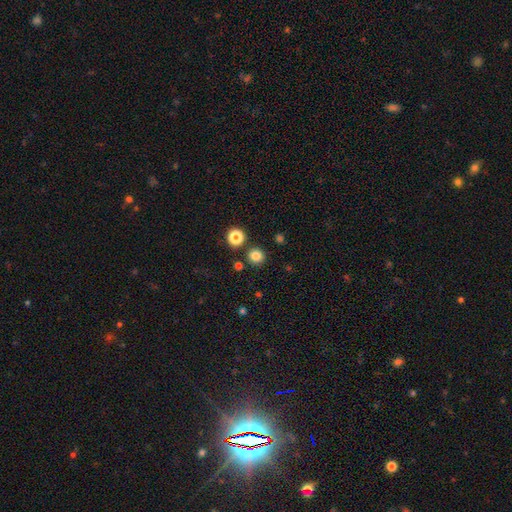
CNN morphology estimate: Overall: smooth (83%). How rounded: round (93%). Merging: none (87%).